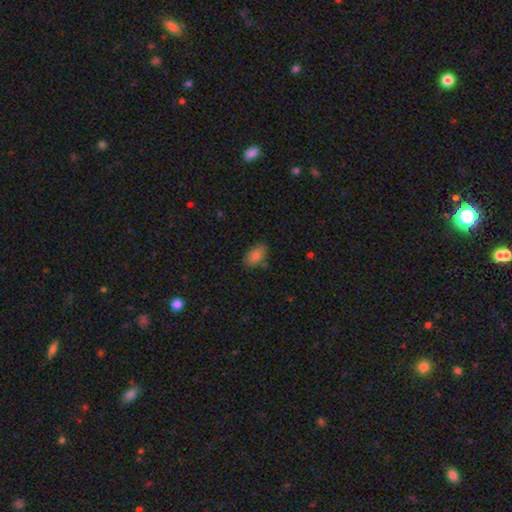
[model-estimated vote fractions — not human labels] A smooth galaxy with no disk features (81%) that is in between round and cigar-shaped (91%).

Vote fractions:
- Smooth or featured? smooth: 81% / featured or disk: 11% / star or artifact: 8%
- How rounded? in between: 91% / round: 7% / cigar-shaped: 2%
- Merging? none: 75% / minor disturbance: 19% / major disturbance: 3% / merger: 3%